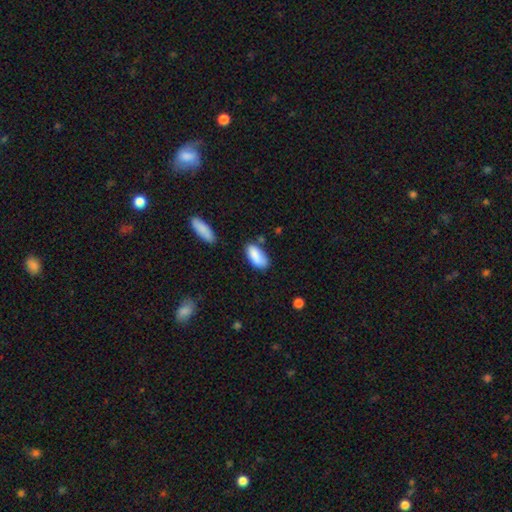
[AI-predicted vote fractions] Overall: smooth (85%). How rounded: in between (90%). Merging: none (61%; minor disturbance 25%).